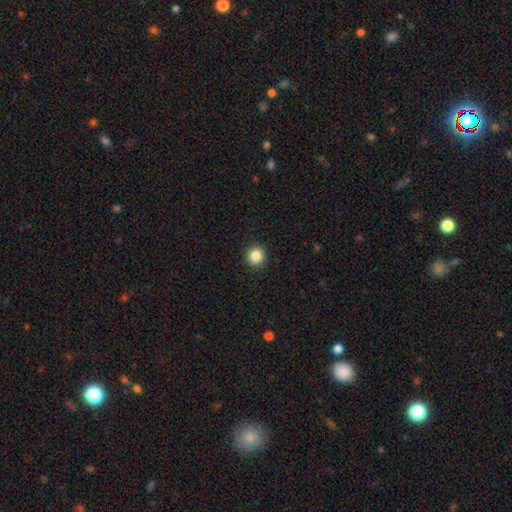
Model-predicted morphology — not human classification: Q: Smooth or featured?
A: smooth (85%); runner-up: star or artifact (10%)
Q: How rounded?
A: round (93%); runner-up: in between (6%)
Q: Merging?
A: none (93%); runner-up: minor disturbance (5%)